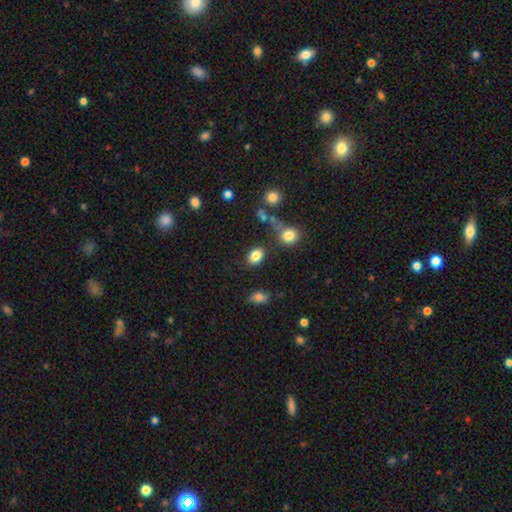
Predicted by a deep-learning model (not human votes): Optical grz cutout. It shows a smooth galaxy with no disk features (84%) that is in between round and cigar-shaped (75%). Merging: none (77%).